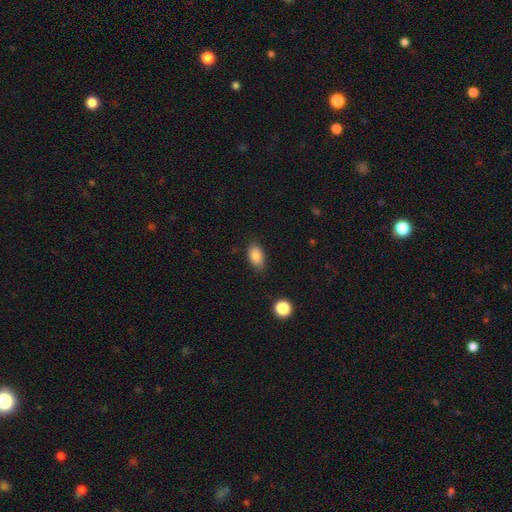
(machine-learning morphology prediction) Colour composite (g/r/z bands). It shows a smooth galaxy with no disk features (86%) that is in between round and cigar-shaped (90%). Merging: none (83%).